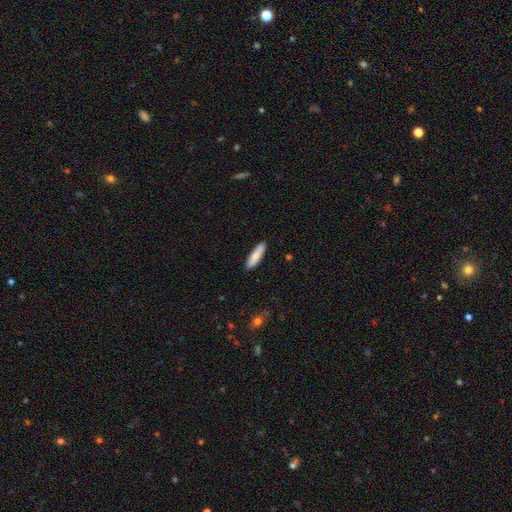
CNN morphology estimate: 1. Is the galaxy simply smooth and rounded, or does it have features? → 84% smooth, 10% featured or disk, 6% star or artifact.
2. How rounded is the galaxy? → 72% cigar-shaped, 27% in between, 1% round.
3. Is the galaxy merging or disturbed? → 87% none, 10% minor disturbance, 2% major disturbance, 1% merger.